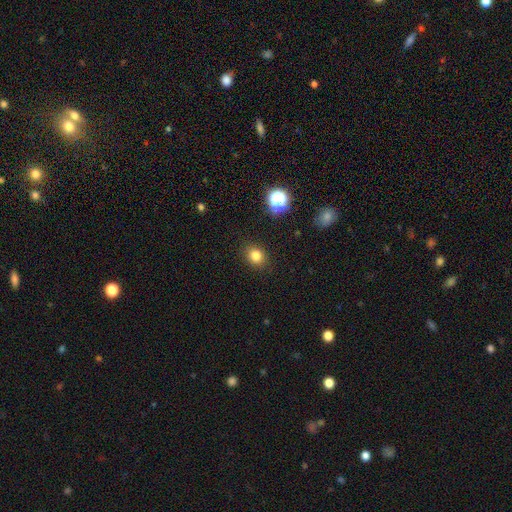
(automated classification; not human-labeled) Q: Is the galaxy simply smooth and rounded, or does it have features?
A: smooth — 81%.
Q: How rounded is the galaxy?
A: round — 64%.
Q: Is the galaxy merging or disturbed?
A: none — 88%.